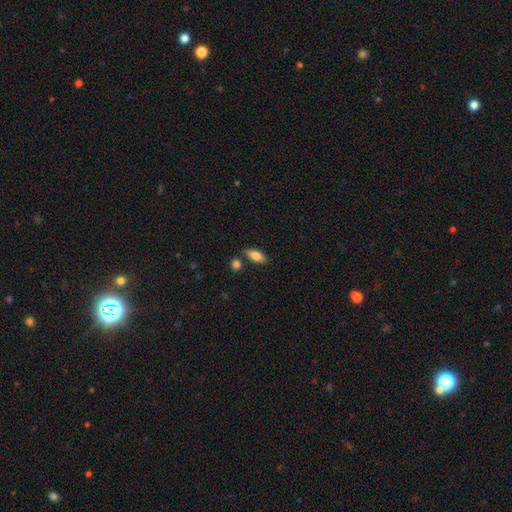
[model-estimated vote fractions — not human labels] A smooth galaxy with no disk features (80%) that is in between round and cigar-shaped (81%). Merging: none (77%).